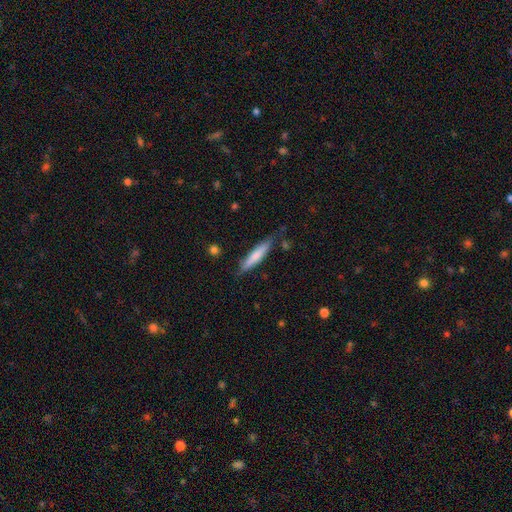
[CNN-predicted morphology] Smooth or featured: smooth — 70% (featured or disk — 24%)
How rounded: cigar-shaped — 88% (in between — 11%)
Merging: none — 78% (minor disturbance — 16%)